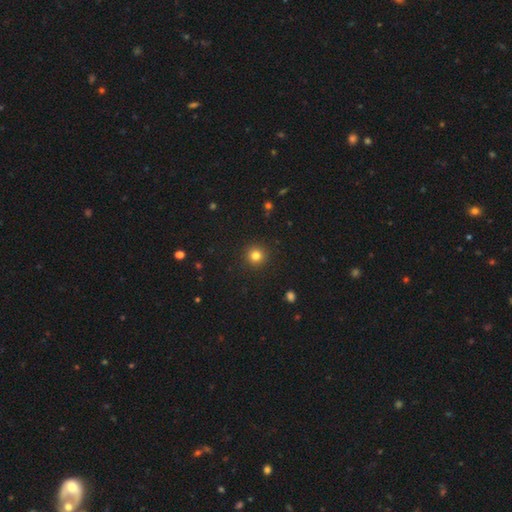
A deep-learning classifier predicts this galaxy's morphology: Overall: smooth (82%). How rounded: round (95%). Merging: none (92%).